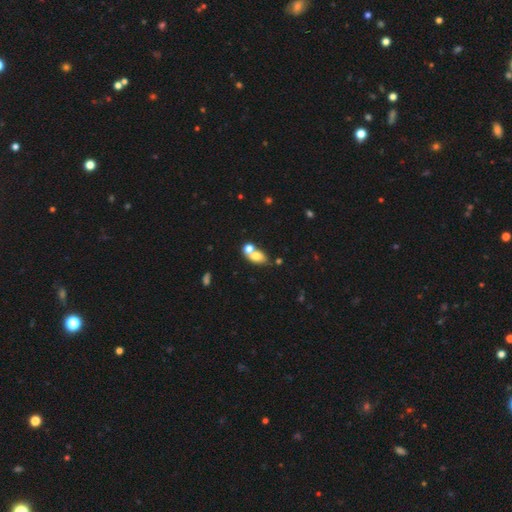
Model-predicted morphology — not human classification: The model was most divided on "merging": merger: 51%, none: 34%, minor disturbance: 10%, major disturbance: 5%. More confident: how rounded — in between (76%); smooth or featured — smooth (73%).